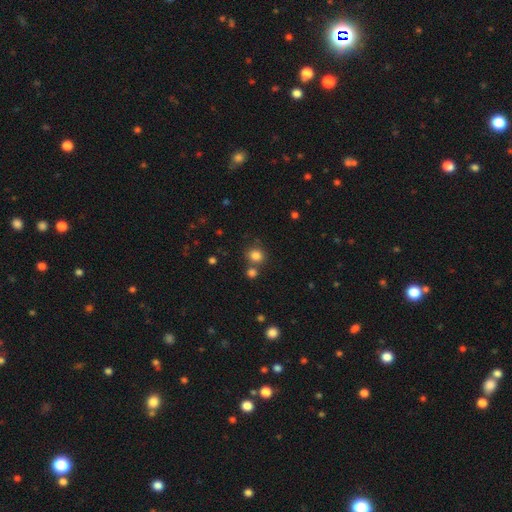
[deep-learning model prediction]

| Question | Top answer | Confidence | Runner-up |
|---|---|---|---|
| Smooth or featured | smooth | 82% | star or artifact (13%) |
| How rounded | round | 81% | in between (18%) |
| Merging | none | 68% | merger (19%) |